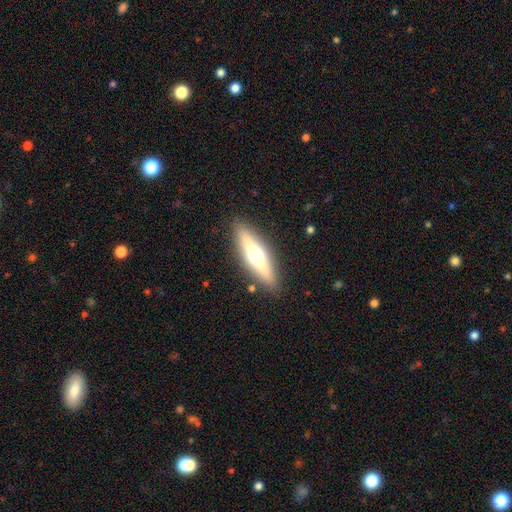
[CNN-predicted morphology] This appears to be a featured or disk galaxy (49%). Merging: none (88%).